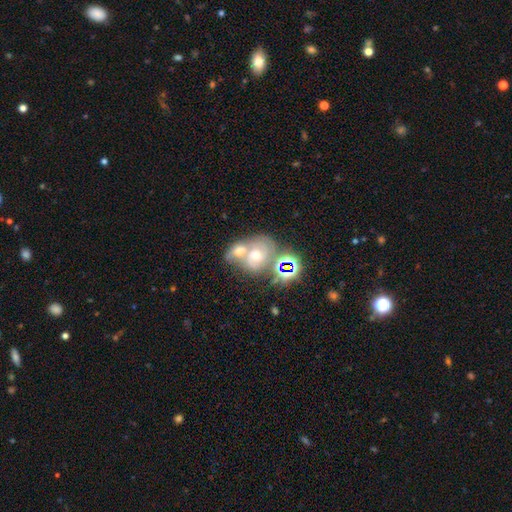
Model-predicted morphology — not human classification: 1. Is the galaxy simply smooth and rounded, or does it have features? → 50% featured or disk, 31% smooth, 19% star or artifact.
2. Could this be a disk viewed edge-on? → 96% no, 4% yes.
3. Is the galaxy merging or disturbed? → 63% merger, 23% none, 8% minor disturbance, 6% major disturbance.